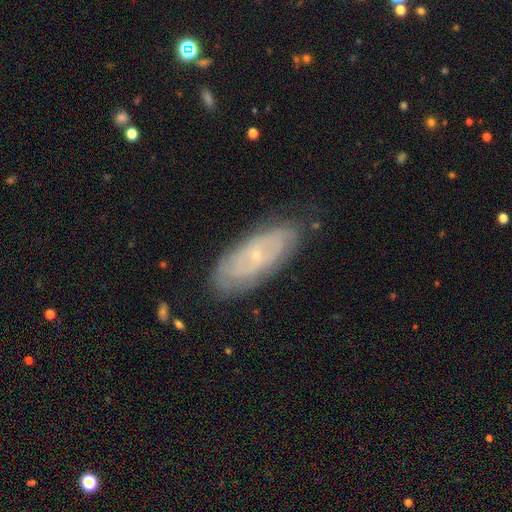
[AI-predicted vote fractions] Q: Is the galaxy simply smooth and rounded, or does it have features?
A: featured or disk — 69%.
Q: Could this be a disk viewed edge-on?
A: no — 89%.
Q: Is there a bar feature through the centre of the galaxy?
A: no — 74%.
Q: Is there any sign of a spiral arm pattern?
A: yes — 83%.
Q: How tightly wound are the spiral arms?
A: tight — 68%.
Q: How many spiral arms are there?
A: can't tell — 55%.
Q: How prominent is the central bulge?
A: small — 84%.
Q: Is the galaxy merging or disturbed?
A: none — 79%.